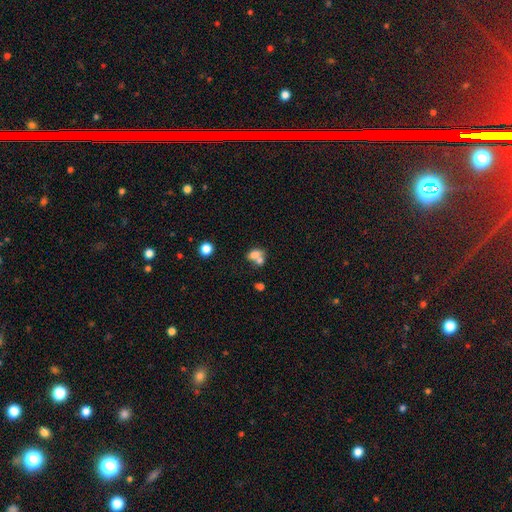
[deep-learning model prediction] Smooth or featured: smooth — 70% (featured or disk — 18%)
How rounded: in between — 66% (round — 32%)
Merging: merger — 61% (none — 25%)